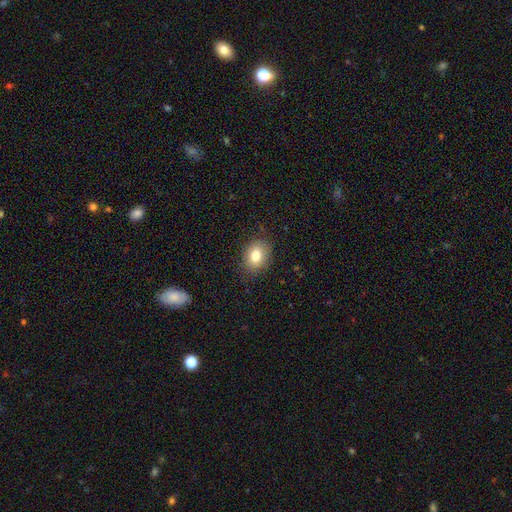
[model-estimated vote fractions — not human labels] smooth_or_featured: smooth (p=0.80) [alt: featured or disk p=0.11]
how_rounded: in between (p=0.60) [alt: round p=0.39]
merging: none (p=0.84) [alt: minor disturbance p=0.12]